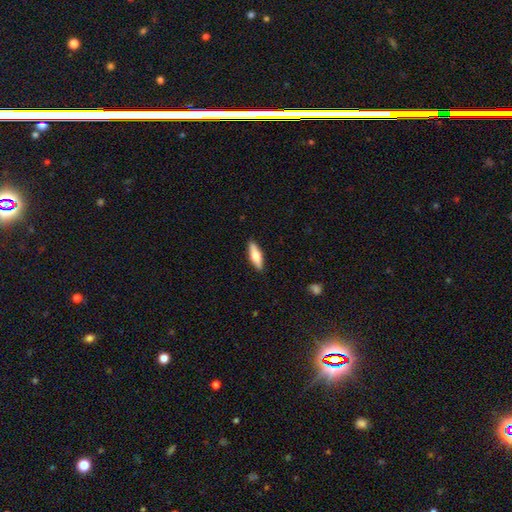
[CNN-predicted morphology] Smooth or featured? Predicted: smooth (p=0.58). How rounded? Predicted: cigar-shaped (p=0.58). Merging? Predicted: none (p=0.89).